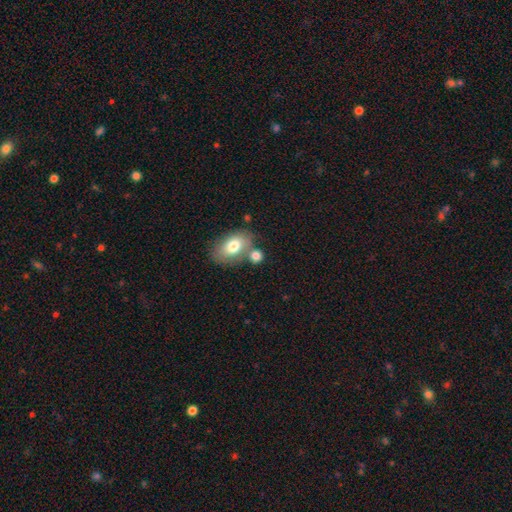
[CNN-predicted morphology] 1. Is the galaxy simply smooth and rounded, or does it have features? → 80% smooth, 11% featured or disk, 9% star or artifact.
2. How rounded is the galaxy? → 53% in between, 44% round, 2% cigar-shaped.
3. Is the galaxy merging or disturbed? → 54% none, 29% merger, 12% minor disturbance, 5% major disturbance.